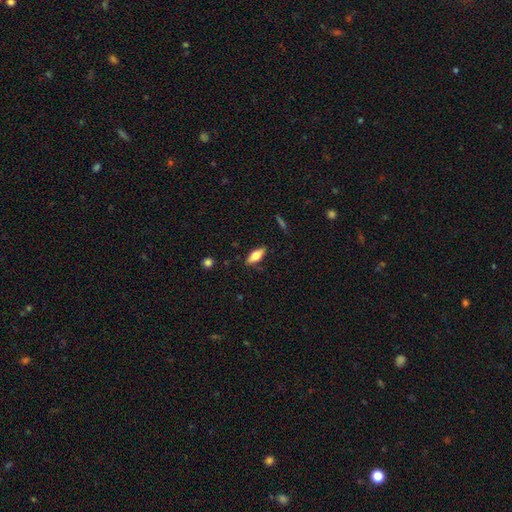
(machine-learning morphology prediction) A smooth galaxy with no disk features (63%) that is in between round and cigar-shaped (73%). Merging: none (85%).